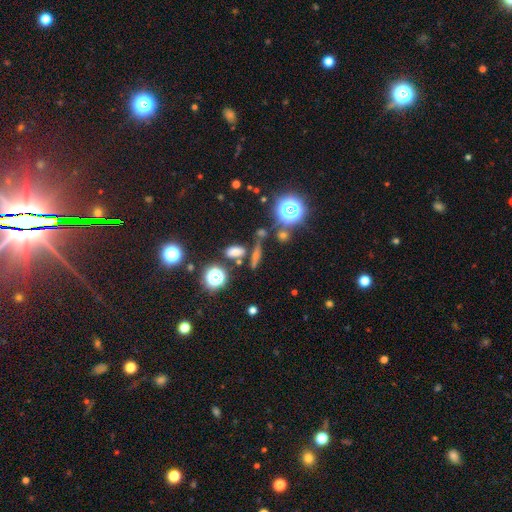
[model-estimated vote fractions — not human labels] Q: Smooth or featured?
A: smooth (43%); runner-up: star or artifact (32%)
Q: Merging?
A: none (74%); runner-up: merger (11%)